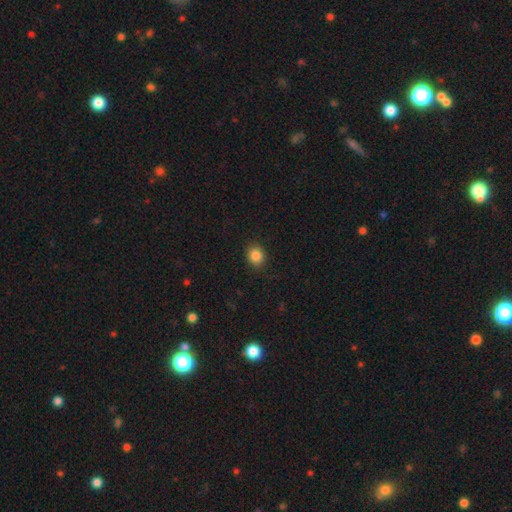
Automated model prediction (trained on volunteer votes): Q: Smooth or featured?
A: smooth (85%); runner-up: star or artifact (10%)
Q: How rounded?
A: round (64%); runner-up: in between (35%)
Q: Merging?
A: none (89%); runner-up: minor disturbance (8%)